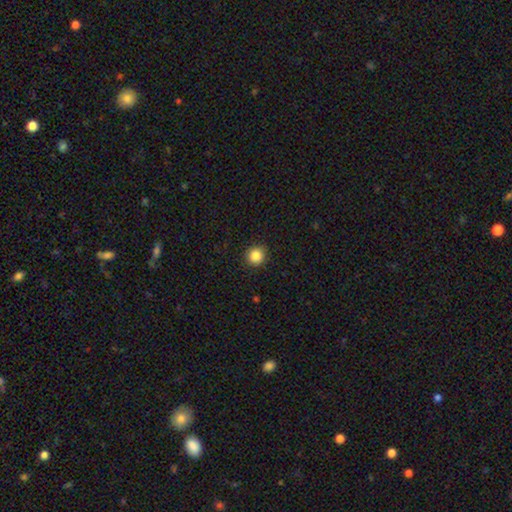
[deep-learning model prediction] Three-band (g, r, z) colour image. It shows a smooth galaxy with no disk features (85%) that is round (92%). Merging: none (91%).